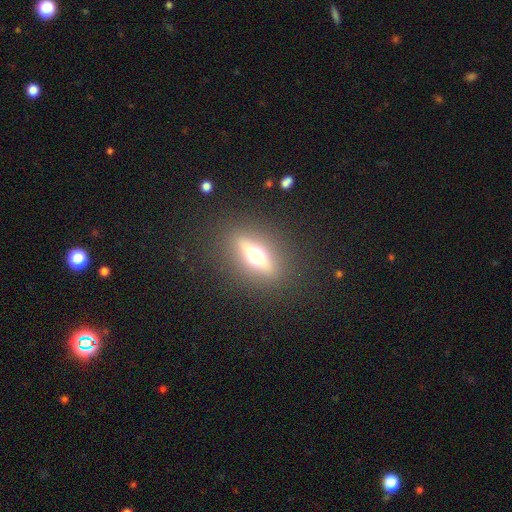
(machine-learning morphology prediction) Smooth or featured?
  - featured or disk: 55% *
  - smooth: 33%
  - star or artifact: 13%
Edge-on disk?
  - yes: 79% *
  - no: 21%
Merging?
  - none: 87% *
  - minor disturbance: 8%
  - major disturbance: 4%
  - merger: 1%